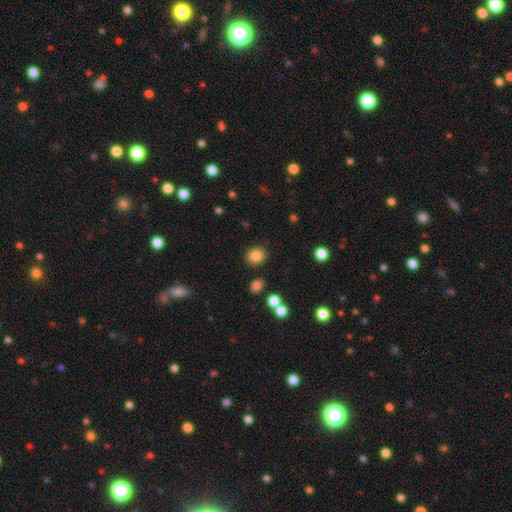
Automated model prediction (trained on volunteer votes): Q: Smooth or featured?
A: smooth (85%); runner-up: star or artifact (10%)
Q: How rounded?
A: round (72%); runner-up: in between (27%)
Q: Merging?
A: none (86%); runner-up: minor disturbance (8%)